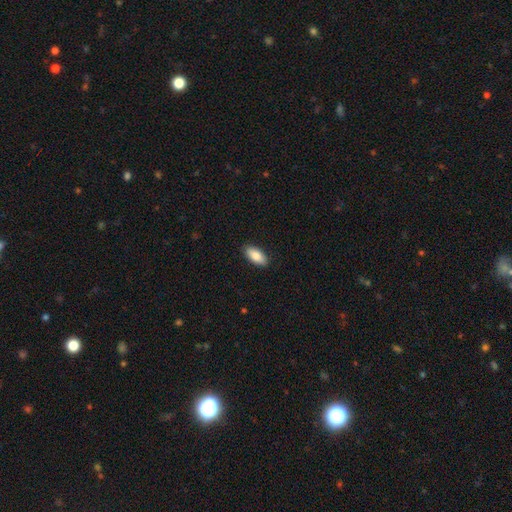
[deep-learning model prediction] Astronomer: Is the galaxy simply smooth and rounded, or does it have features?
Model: smooth — 86%.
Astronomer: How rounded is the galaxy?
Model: in between — 88%.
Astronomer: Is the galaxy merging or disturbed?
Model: none — 89%.